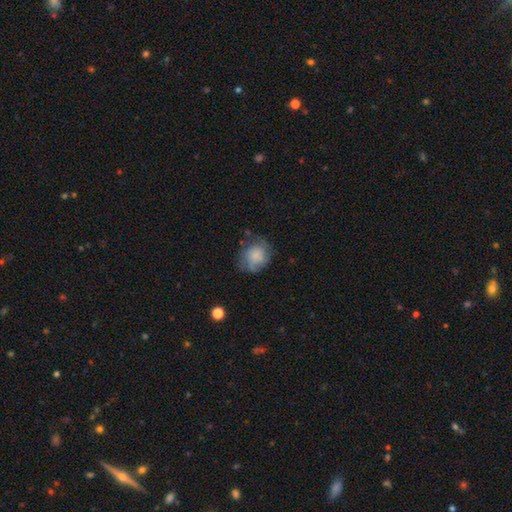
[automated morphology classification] A smooth galaxy with no disk features (71%) that is round (60%).

Vote fractions:
- Smooth or featured? smooth: 71% / featured or disk: 20% / star or artifact: 9%
- How rounded? round: 60% / in between: 39% / cigar-shaped: 1%
- Merging? none: 56% / minor disturbance: 28% / major disturbance: 13% / merger: 3%